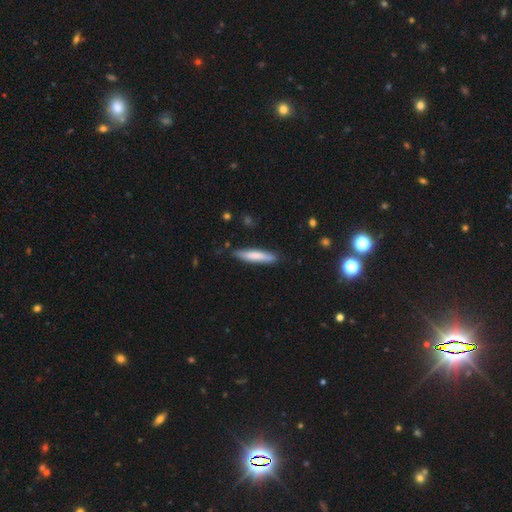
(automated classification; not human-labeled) This is likely a smooth galaxy (74%). How rounded: clearly cigar-shaped (86%). Merging: clearly none (82%).